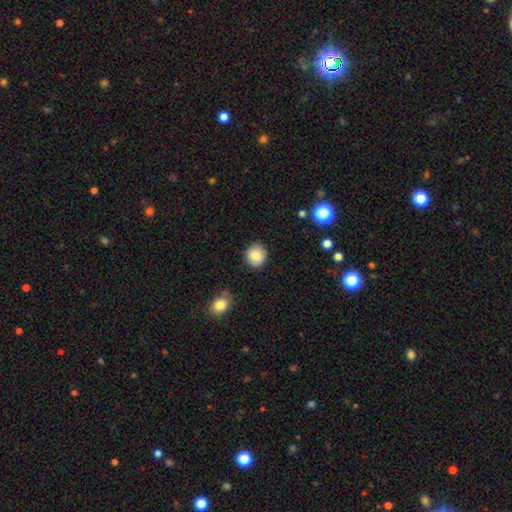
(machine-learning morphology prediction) Overall: smooth (85%). How rounded: round (85%). Merging: none (88%).